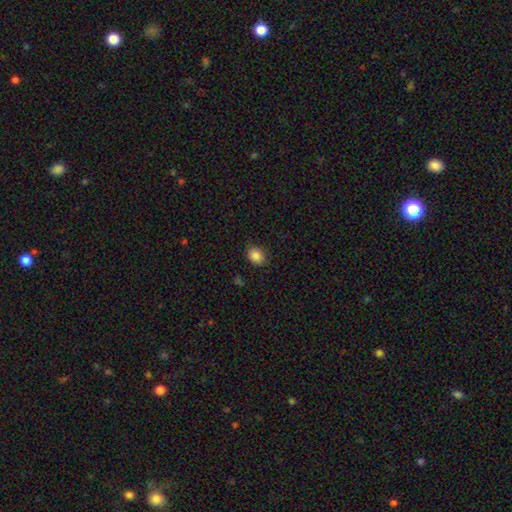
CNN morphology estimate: A smooth galaxy with no disk features (87%) that is in between round and cigar-shaped (55%).

Vote fractions:
- Smooth or featured? smooth: 87% / star or artifact: 9% / featured or disk: 4%
- How rounded? in between: 55% / round: 45% / cigar-shaped: 1%
- Merging? none: 83% / minor disturbance: 13% / major disturbance: 3% / merger: 1%